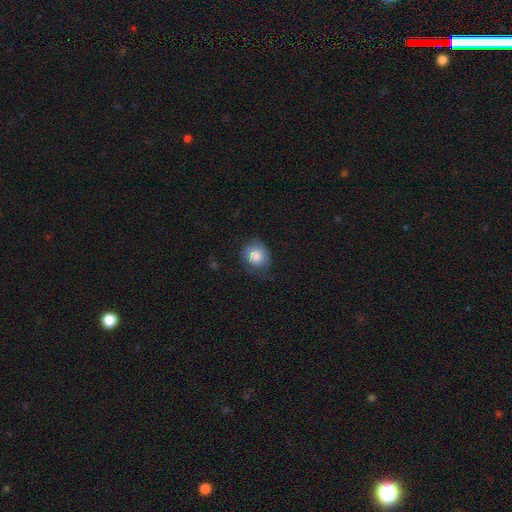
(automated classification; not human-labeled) Q: Smooth or featured?
A: smooth (81%); runner-up: featured or disk (11%)
Q: How rounded?
A: round (66%); runner-up: in between (34%)
Q: Merging?
A: none (65%); runner-up: minor disturbance (26%)